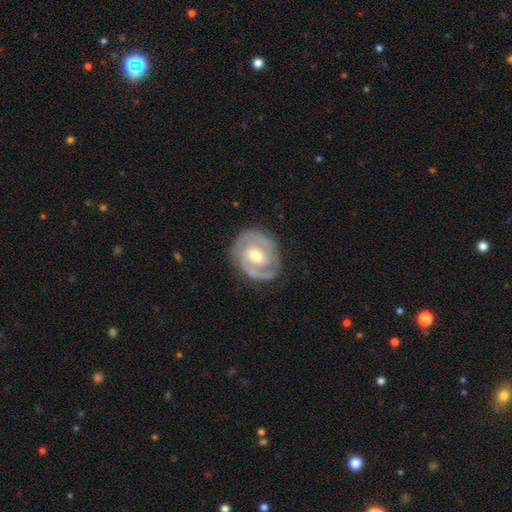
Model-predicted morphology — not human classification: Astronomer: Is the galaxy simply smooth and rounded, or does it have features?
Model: featured or disk — 85%.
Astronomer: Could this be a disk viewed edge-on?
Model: no — 97%.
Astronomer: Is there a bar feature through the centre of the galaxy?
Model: weak — 44% (runner-up: no, 36%).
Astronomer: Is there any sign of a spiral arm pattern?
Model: yes — 92%.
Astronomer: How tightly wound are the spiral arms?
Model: tight — 59%.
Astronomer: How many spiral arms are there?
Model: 2 — 77%.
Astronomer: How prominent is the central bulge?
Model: moderate — 67%.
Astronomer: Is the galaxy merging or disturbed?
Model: none — 80%.